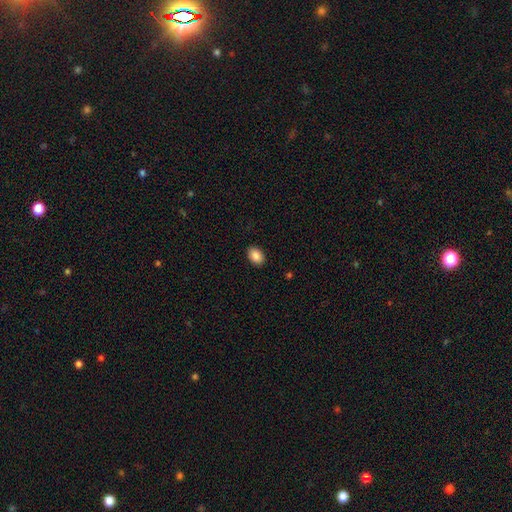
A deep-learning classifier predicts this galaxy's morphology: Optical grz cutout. It shows a smooth galaxy with no disk features (87%) that is in between round and cigar-shaped (80%). Merging: none (90%).